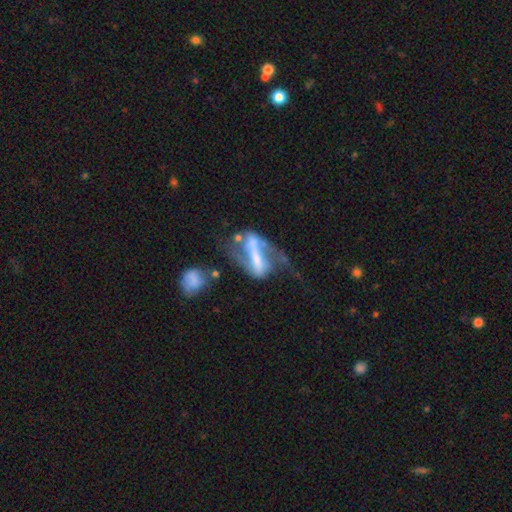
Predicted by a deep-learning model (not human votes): Smooth or featured? featured or disk (78%)
Edge-on disk? no (90%)
Bar? strong (73%)
Spiral arms? yes (80%)
Spiral winding? loose (62%)
Spiral arm count? 2 (79%)
Bulge size? none (29%, tied with small)
Merging? major disturbance (35%)